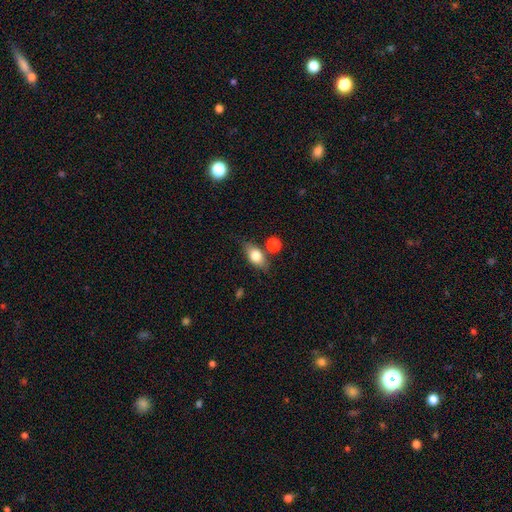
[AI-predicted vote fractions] Smooth or featured? smooth (75%)
How rounded? in between (79%)
Merging? none (70%)